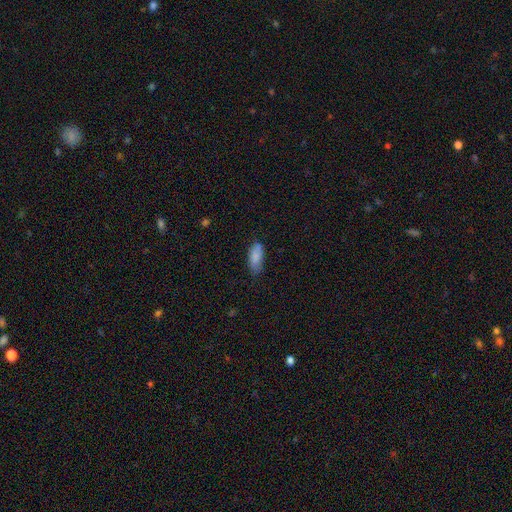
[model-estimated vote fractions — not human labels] This appears to be a smooth galaxy with no disk features (86%) that is in between round and cigar-shaped (82%). Merging: none (68%).